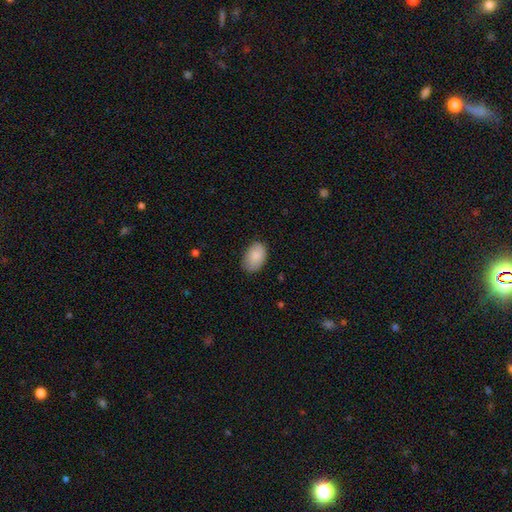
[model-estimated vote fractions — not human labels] A smooth galaxy with no disk features (87%) that is in between round and cigar-shaped (90%). Merging: none (83%).